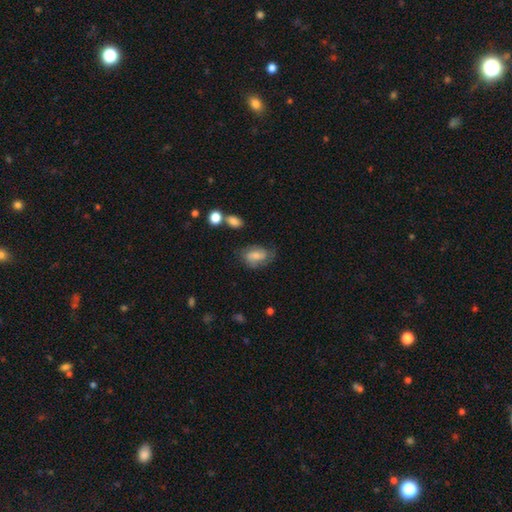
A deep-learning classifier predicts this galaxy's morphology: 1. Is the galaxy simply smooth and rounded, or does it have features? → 50% smooth, 42% featured or disk, 8% star or artifact.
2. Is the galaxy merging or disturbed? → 59% none, 26% minor disturbance, 12% major disturbance, 3% merger.